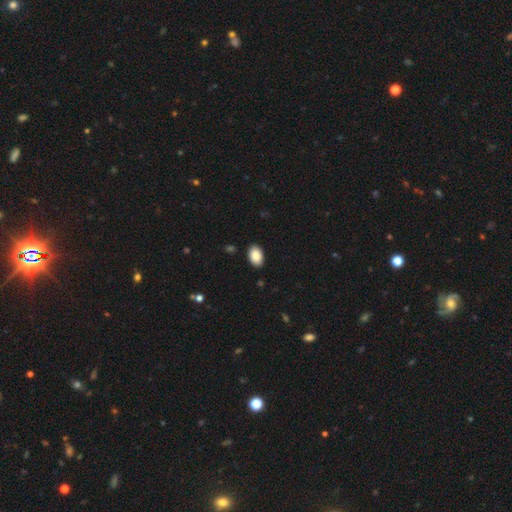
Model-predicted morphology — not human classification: Smooth or featured? Predicted: smooth (p=0.89). How rounded? Predicted: in between (p=0.91). Merging? Predicted: none (p=0.89).